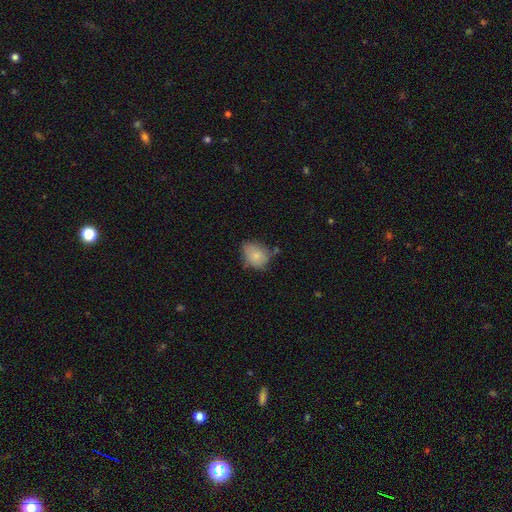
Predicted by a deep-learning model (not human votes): A smooth galaxy with no disk features (78%) that is in between round and cigar-shaped (55%).

Vote fractions:
- Smooth or featured? smooth: 78% / featured or disk: 13% / star or artifact: 9%
- How rounded? in between: 55% / round: 43% / cigar-shaped: 1%
- Merging? none: 55% / minor disturbance: 32% / major disturbance: 8% / merger: 6%